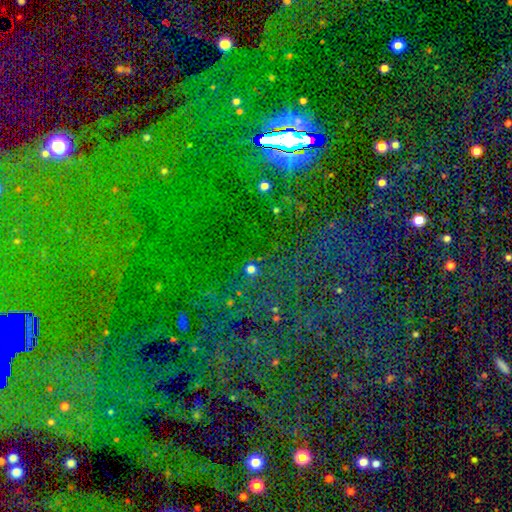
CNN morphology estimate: Q: Smooth or featured?
A: star or artifact (81%); runner-up: smooth (11%)